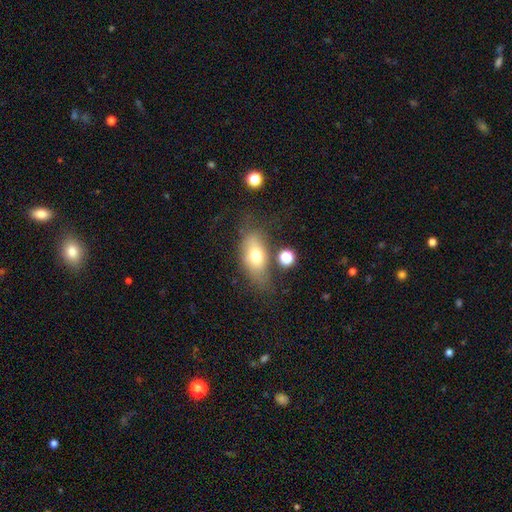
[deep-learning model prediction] smooth_or_featured: smooth (p=0.66) [alt: featured or disk p=0.23]
how_rounded: in between (p=0.83) [alt: round p=0.10]
merging: none (p=0.59) [alt: minor disturbance p=0.22]